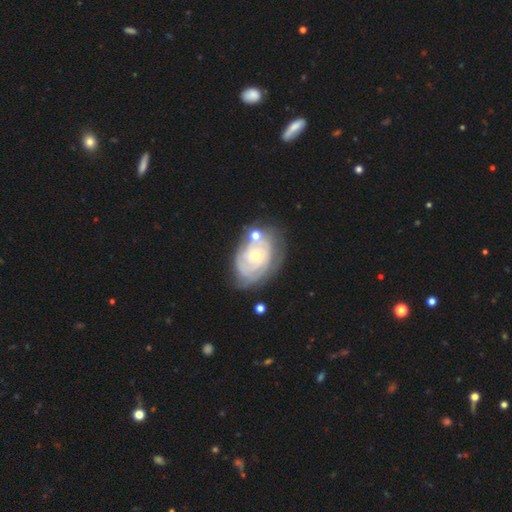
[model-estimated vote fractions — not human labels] This is likely a featured or disk galaxy (79%). It is clearly not viewed edge-on (96%). Bar: likely no (78%). Spiral arm pattern: clearly yes (84%). Spiral arm count: possibly can't tell (54%). Spiral winding: likely tight (76%). Central bulge: possibly small (54%). Merging: possibly none (57%).